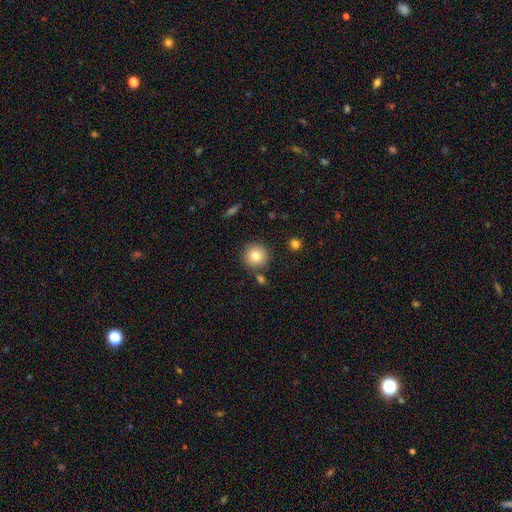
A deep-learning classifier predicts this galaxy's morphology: Q: Smooth or featured?
A: smooth (81%); runner-up: featured or disk (9%)
Q: How rounded?
A: round (94%); runner-up: in between (5%)
Q: Merging?
A: none (83%); runner-up: minor disturbance (8%)